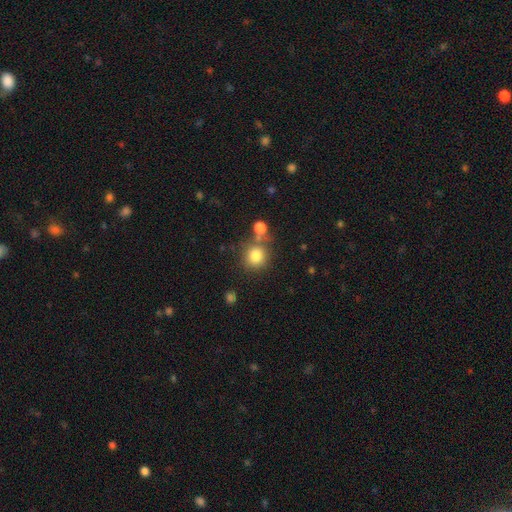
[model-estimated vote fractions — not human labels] This is clearly a smooth galaxy (81%). How rounded: clearly round (90%). Merging: likely none (70%).